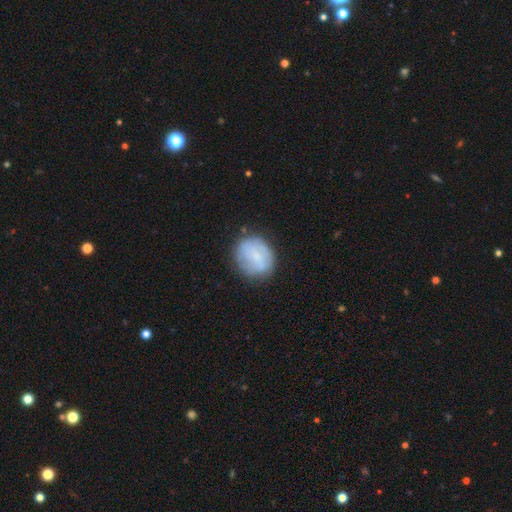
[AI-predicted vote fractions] This appears to be a smooth galaxy with no disk features (56%) that is round (69%). Merging: none (72%).